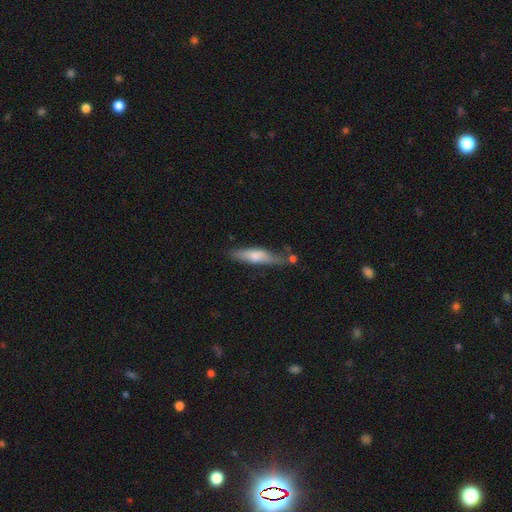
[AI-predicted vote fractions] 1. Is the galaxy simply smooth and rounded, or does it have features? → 62% smooth, 32% featured or disk, 6% star or artifact.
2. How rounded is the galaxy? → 70% cigar-shaped, 28% in between, 2% round.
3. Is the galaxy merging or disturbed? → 54% none, 26% minor disturbance, 11% merger, 9% major disturbance.